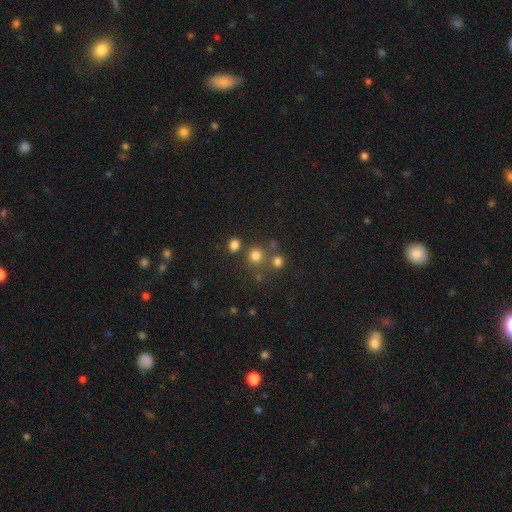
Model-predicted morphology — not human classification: Overall: smooth (75%). How rounded: round (90%). Merging: none (72%).